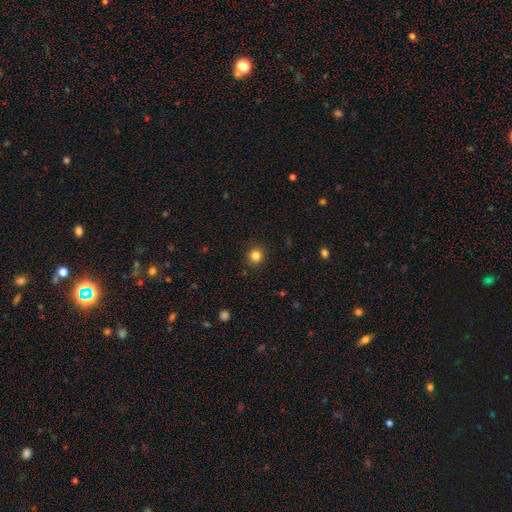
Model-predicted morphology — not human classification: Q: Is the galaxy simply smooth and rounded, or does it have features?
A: smooth — 83%.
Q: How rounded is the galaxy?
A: round — 90%.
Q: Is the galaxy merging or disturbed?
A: none — 91%.